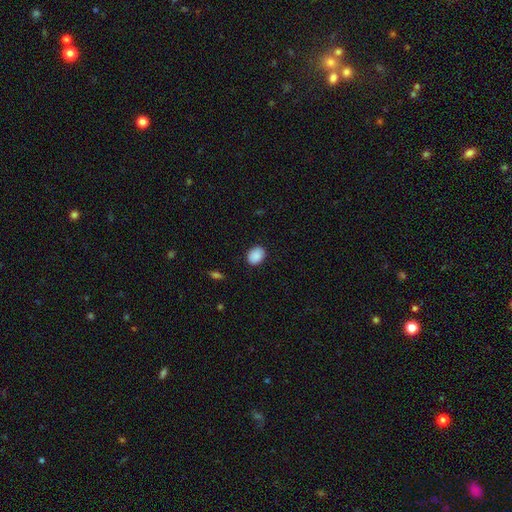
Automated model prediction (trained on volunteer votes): A smooth galaxy with no disk features (89%) that is in between round and cigar-shaped (57%). Merging: none (87%).